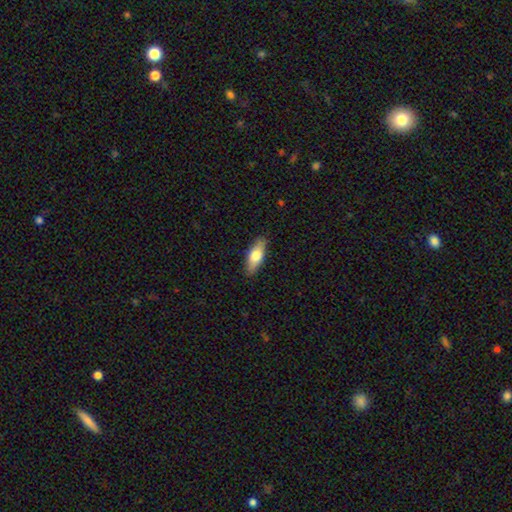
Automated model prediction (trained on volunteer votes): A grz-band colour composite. It shows a smooth galaxy with no disk features (68%) that is in between round and cigar-shaped (67%). Merging: none (87%).